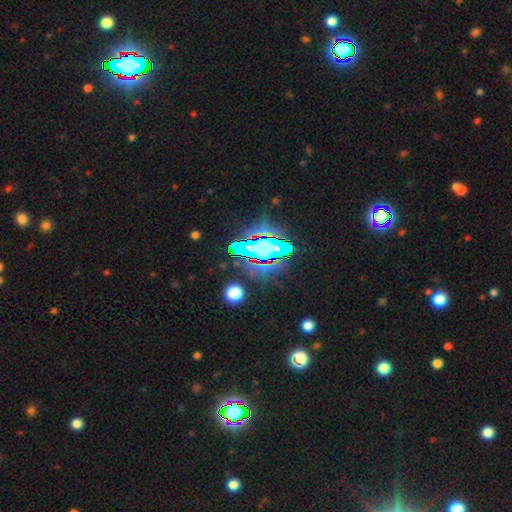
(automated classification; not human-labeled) Smooth or featured?
  - star or artifact: 81% *
  - smooth: 10%
  - featured or disk: 9%